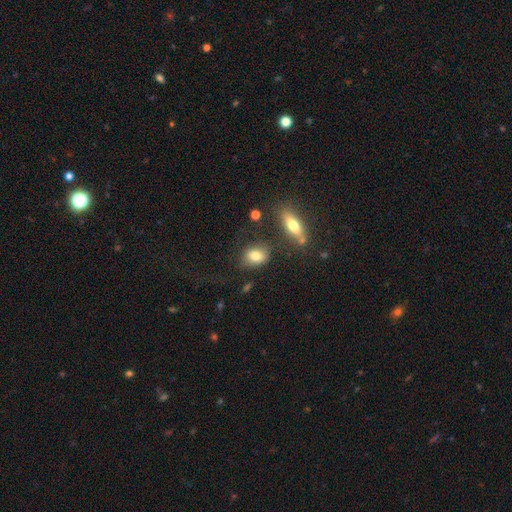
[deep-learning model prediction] Overall: smooth (78%). How rounded: in between (70%). Merging: none (66%).